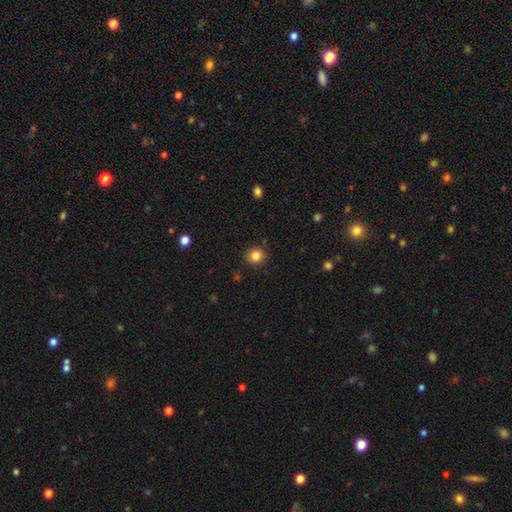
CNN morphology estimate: Smooth or featured? smooth (84%)
How rounded? round (86%)
Merging? none (90%)